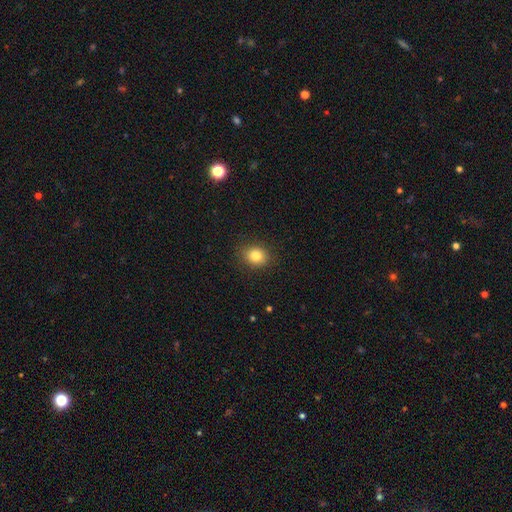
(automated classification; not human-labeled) Smooth or featured? smooth (83%)
How rounded? round (63%)
Merging? none (88%)